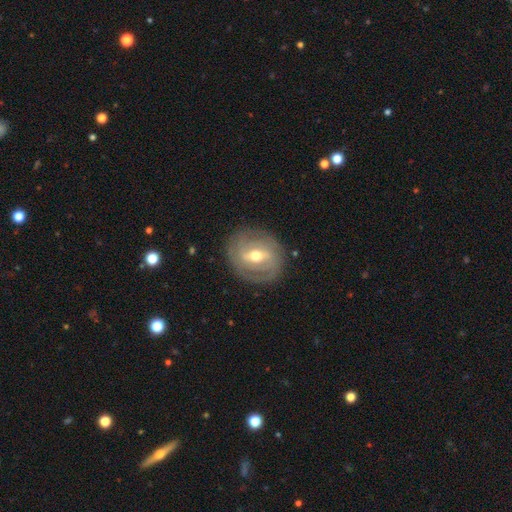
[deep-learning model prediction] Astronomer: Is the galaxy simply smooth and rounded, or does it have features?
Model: featured or disk — 78%.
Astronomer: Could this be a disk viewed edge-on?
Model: no — 94%.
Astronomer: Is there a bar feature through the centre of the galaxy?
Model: weak — 44% (runner-up: strong, 41%).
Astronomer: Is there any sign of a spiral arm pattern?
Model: yes — 78%.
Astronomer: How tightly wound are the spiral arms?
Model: tight — 60%.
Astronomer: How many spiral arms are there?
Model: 2 — 45% (runner-up: can't tell, 31%).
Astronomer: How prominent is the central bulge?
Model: moderate — 70%.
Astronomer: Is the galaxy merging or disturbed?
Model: none — 82%.